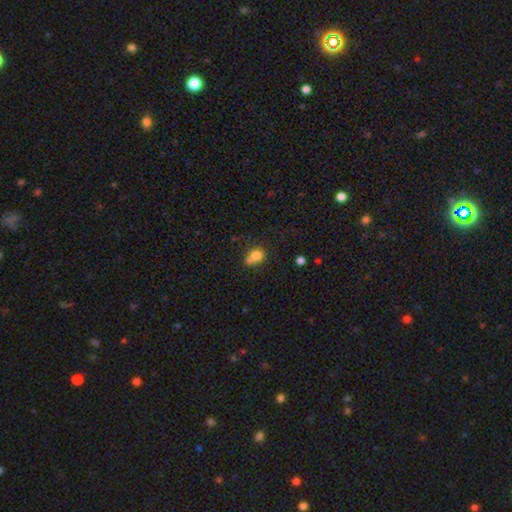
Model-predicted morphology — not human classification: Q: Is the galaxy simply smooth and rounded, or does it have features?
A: smooth — 77%.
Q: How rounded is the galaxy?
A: round — 62%.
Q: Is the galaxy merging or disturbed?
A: none — 40%.